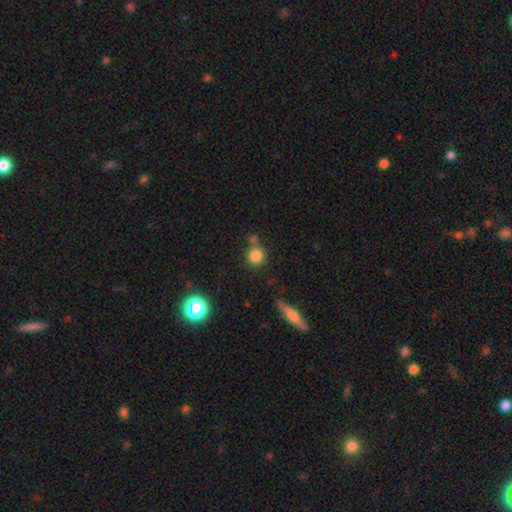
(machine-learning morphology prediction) Smooth or featured? smooth (82%)
How rounded? round (89%)
Merging? none (66%)